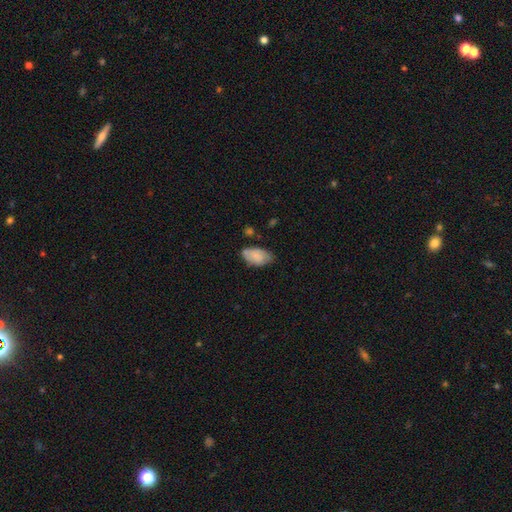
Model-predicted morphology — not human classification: Smooth or featured?
  - smooth: 75% *
  - featured or disk: 18%
  - star or artifact: 7%
How rounded?
  - in between: 93% *
  - round: 5%
  - cigar-shaped: 2%
Merging?
  - none: 57% *
  - minor disturbance: 33%
  - major disturbance: 7%
  - merger: 4%